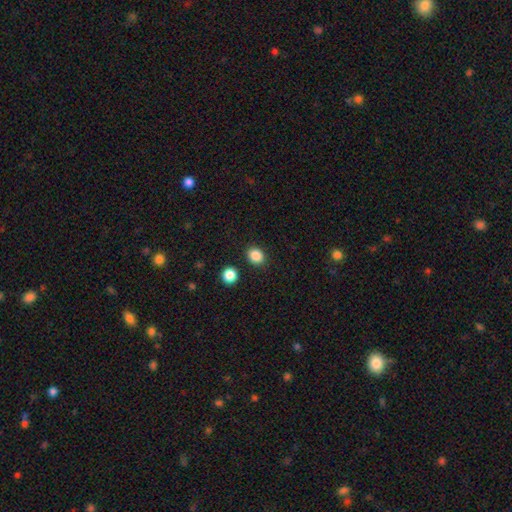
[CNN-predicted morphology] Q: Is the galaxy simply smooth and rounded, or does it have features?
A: smooth — 86%.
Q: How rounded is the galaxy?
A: round — 64%.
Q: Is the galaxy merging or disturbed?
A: none — 87%.